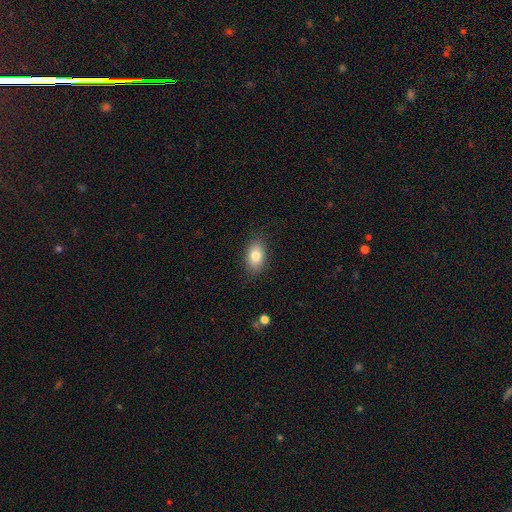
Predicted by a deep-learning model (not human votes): Overall: smooth (80%). How rounded: in between (87%). Merging: none (85%).